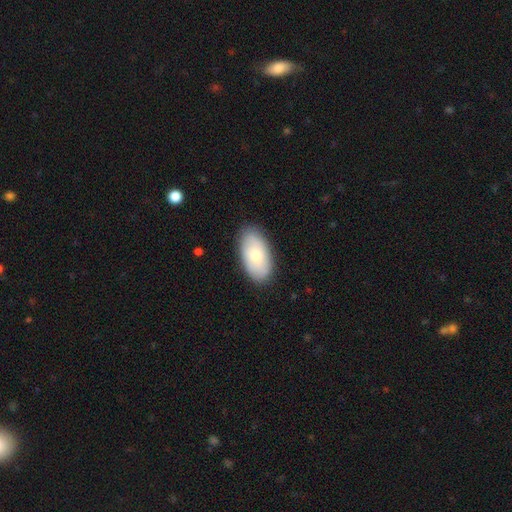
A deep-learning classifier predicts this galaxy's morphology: Smooth or featured: smooth — 72% (featured or disk — 22%)
How rounded: in between — 94% (round — 3%)
Merging: none — 86% (minor disturbance — 11%)